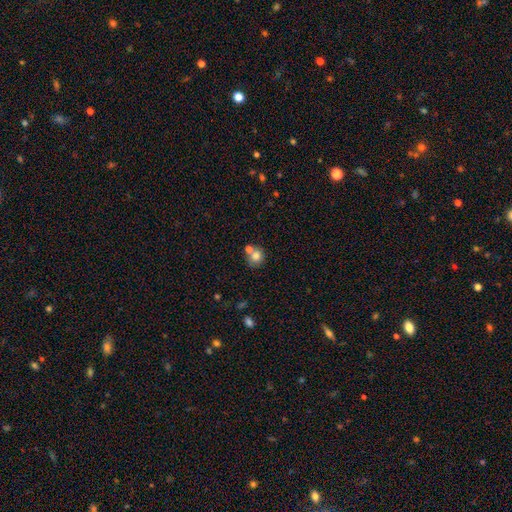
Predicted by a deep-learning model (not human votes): Overall: smooth (76%). How rounded: round (80%). Merging: none (52%; merger 33%).